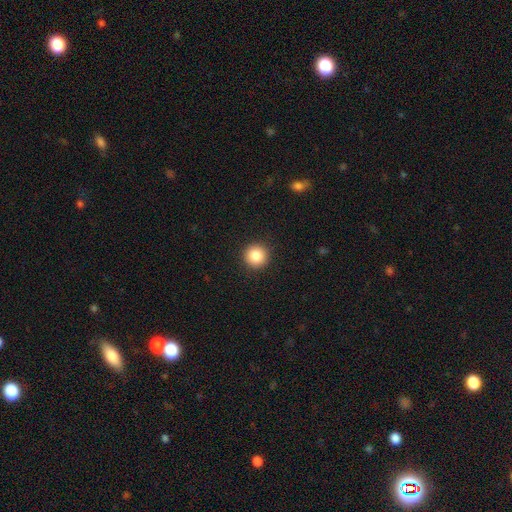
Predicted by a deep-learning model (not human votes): A smooth galaxy with no disk features (85%) that is round (95%).

Vote fractions:
- Smooth or featured? smooth: 85% / star or artifact: 10% / featured or disk: 5%
- How rounded? round: 95% / in between: 4% / cigar-shaped: 1%
- Merging? none: 93% / minor disturbance: 5% / major disturbance: 2% / merger: 1%